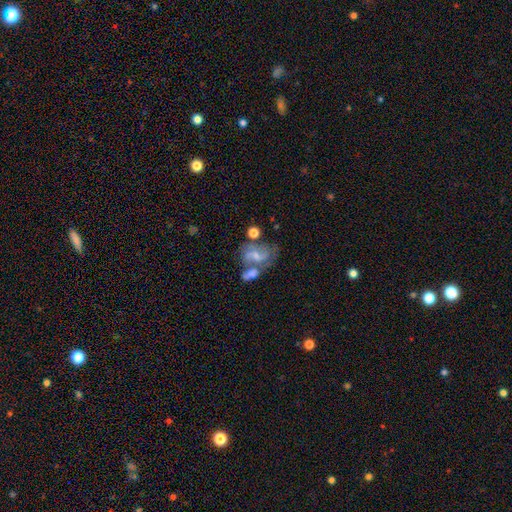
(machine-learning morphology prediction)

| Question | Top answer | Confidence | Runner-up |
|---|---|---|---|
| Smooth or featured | featured or disk | 59% | smooth (31%) |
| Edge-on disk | no | 96% | yes (4%) |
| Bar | weak | 43% | no (42%) |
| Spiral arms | yes | 76% | no (24%) |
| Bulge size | small | 46% | moderate (32%) |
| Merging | merger | 44% | none (27%) |